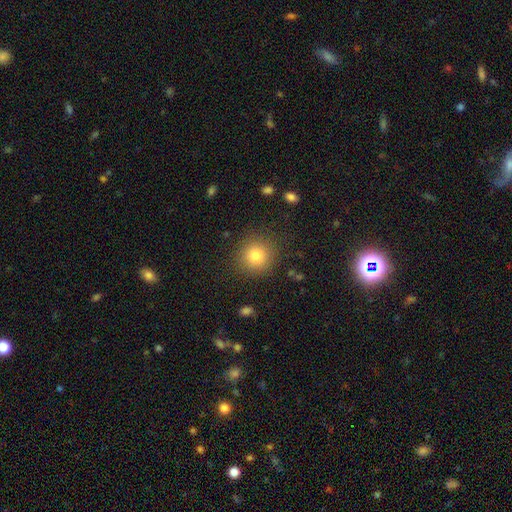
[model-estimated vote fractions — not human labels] smooth 80%, star or artifact 12%, featured or disk 8%. Down the decision tree: how rounded — round (92%); merging — none (87%).